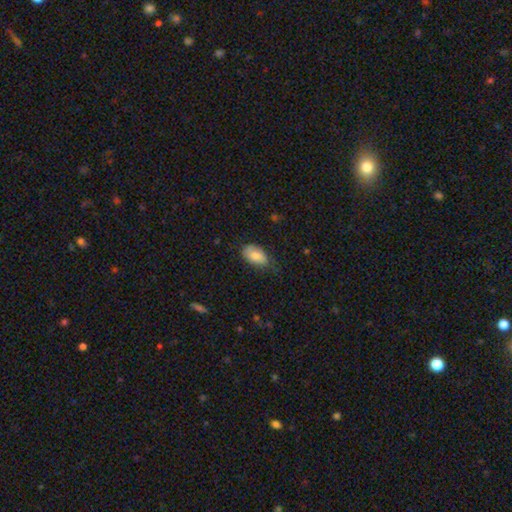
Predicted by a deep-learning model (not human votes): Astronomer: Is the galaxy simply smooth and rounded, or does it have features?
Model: smooth — 82%.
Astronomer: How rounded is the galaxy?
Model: in between — 93%.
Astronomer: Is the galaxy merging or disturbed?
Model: none — 59%.